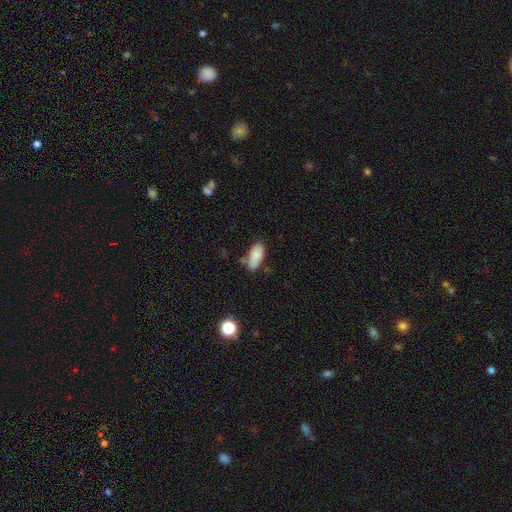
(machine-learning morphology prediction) This appears to be a smooth galaxy with no disk features (84%) that is in between round and cigar-shaped (88%). Merging: none (62%).